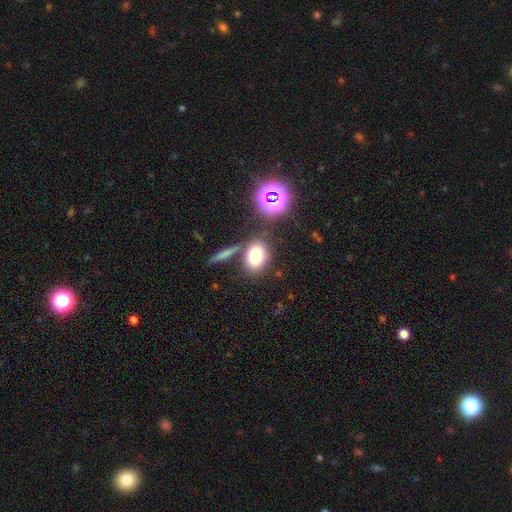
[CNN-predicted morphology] Q: Smooth or featured?
A: smooth (77%); runner-up: star or artifact (14%)
Q: How rounded?
A: in between (66%); runner-up: round (32%)
Q: Merging?
A: none (69%); runner-up: merger (14%)